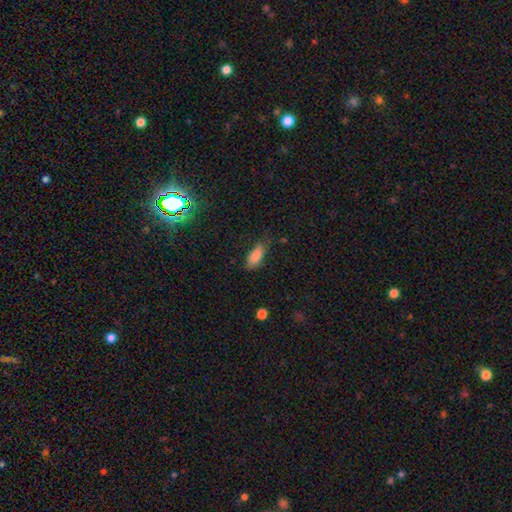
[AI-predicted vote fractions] Smooth or featured? smooth (83%)
How rounded? in between (81%)
Merging? none (54%)